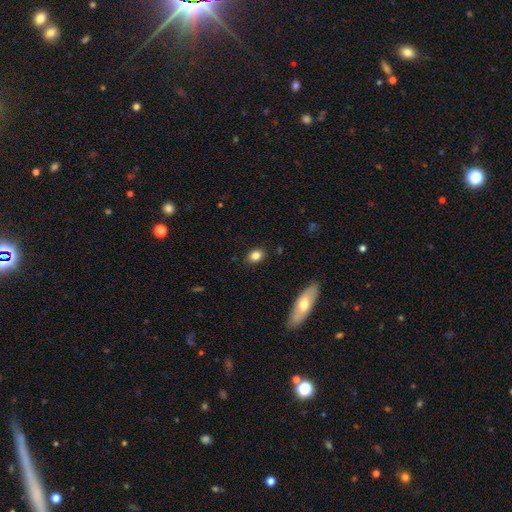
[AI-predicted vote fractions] Smooth or featured?
  - smooth: 83% *
  - star or artifact: 9%
  - featured or disk: 8%
How rounded?
  - in between: 61% *
  - round: 36%
  - cigar-shaped: 2%
Merging?
  - none: 87% *
  - minor disturbance: 10%
  - major disturbance: 2%
  - merger: 2%